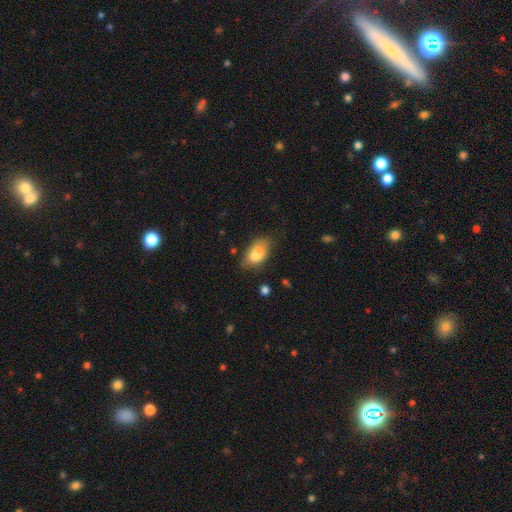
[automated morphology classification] Smooth or featured?
  - smooth: 81% *
  - featured or disk: 12%
  - star or artifact: 7%
How rounded?
  - in between: 90% *
  - round: 7%
  - cigar-shaped: 2%
Merging?
  - none: 61% *
  - minor disturbance: 30%
  - major disturbance: 7%
  - merger: 2%